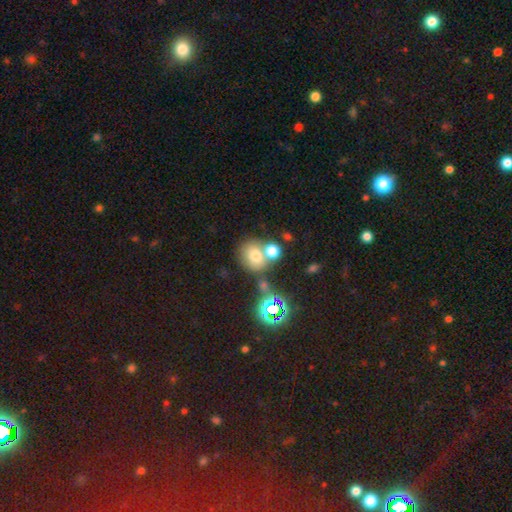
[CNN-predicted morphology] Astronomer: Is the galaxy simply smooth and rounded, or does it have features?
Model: smooth — 67%.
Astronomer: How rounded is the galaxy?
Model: round — 73%.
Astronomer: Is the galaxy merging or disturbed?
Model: none — 49% (runner-up: merger, 36%).